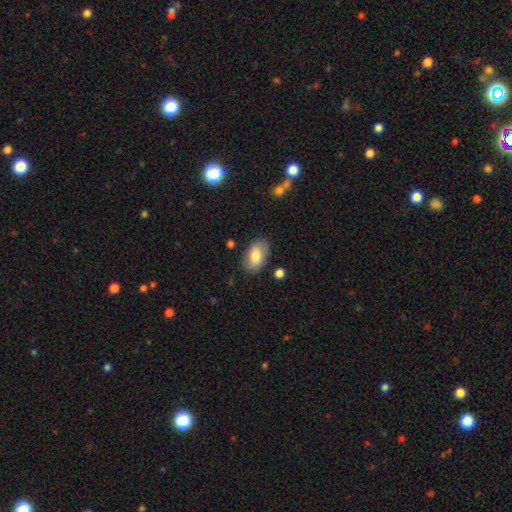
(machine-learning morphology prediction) This is likely a smooth galaxy (76%). How rounded: clearly in between (92%). Merging: likely none (80%).